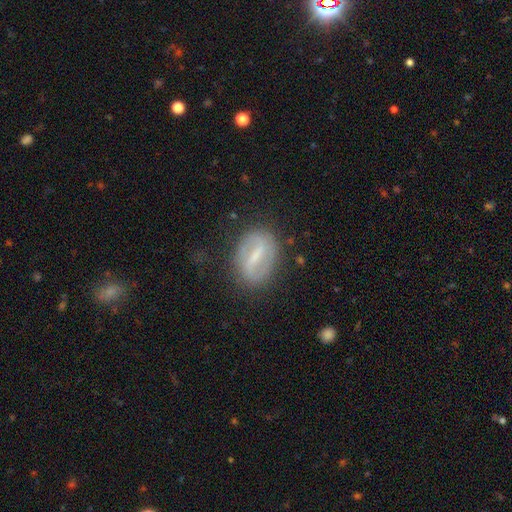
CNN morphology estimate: smooth-or-featured: featured or disk: 67% | smooth: 26% | star or artifact: 7%
  disk-edge-on: no: 93% | yes: 7%
    bar: strong: 63% | weak: 30% | no: 7%
    has-spiral-arms: yes: 59% | no: 41%
    bulge-size: small: 46% | moderate: 30% | none: 20% | large: 3% | dominant: 1%
  merging: none: 79% | minor disturbance: 15% | major disturbance: 5% | merger: 2%